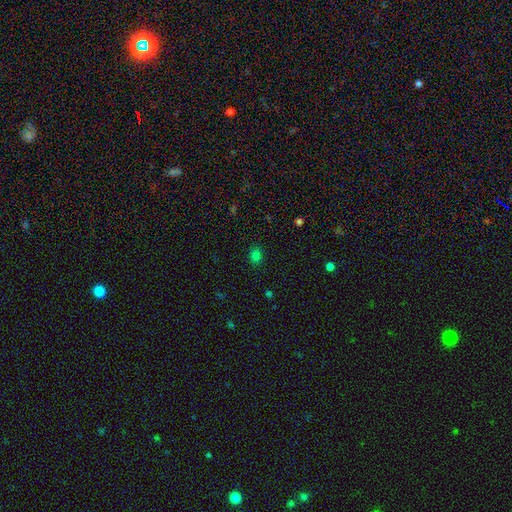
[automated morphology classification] A smooth galaxy with no disk features (78%) that is in between round and cigar-shaped (50%). Merging: none (87%).